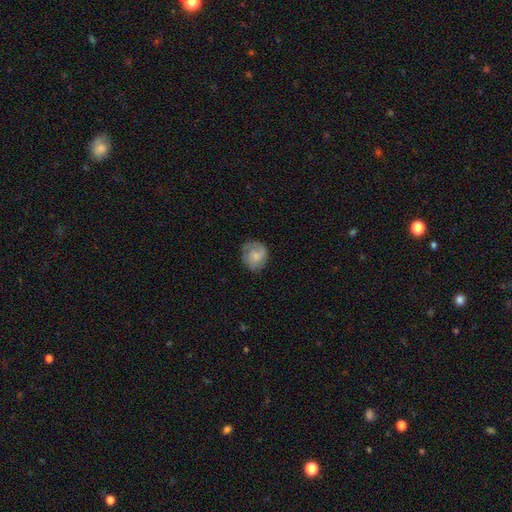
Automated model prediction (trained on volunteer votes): A smooth galaxy with no disk features (62%) that is round (76%).

Vote fractions:
- Smooth or featured? smooth: 62% / featured or disk: 31% / star or artifact: 7%
- How rounded? round: 76% / in between: 23% / cigar-shaped: 1%
- Merging? none: 67% / minor disturbance: 24% / major disturbance: 9% / merger: 1%